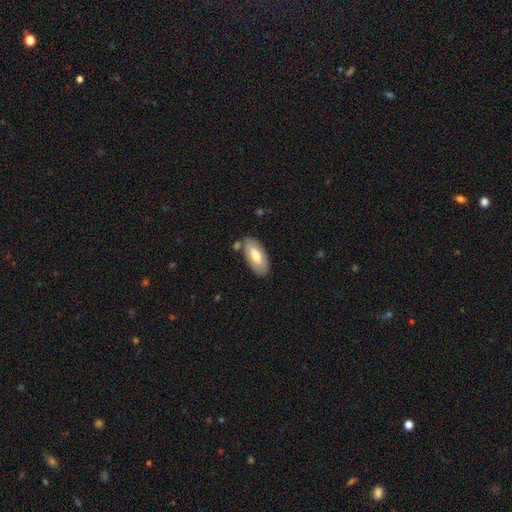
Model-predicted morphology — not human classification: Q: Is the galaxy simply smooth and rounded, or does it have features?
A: smooth — 67%.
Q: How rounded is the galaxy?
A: in between — 90%.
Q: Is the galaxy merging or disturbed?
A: none — 78%.